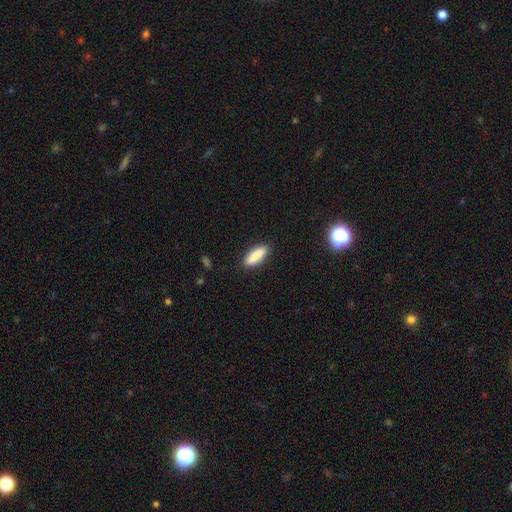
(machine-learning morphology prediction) Overall: smooth (88%). How rounded: in between (52%; cigar-shaped 46%). Merging: none (88%).